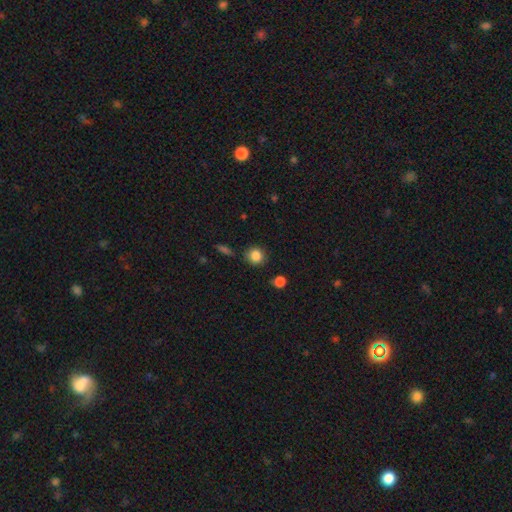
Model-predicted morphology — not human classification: Overall: smooth (85%). How rounded: round (87%). Merging: none (82%).